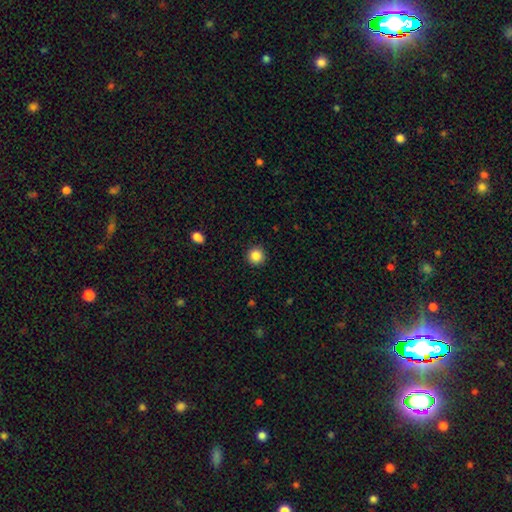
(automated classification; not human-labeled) Q: Smooth or featured?
A: smooth (86%); runner-up: star or artifact (10%)
Q: How rounded?
A: round (95%); runner-up: in between (4%)
Q: Merging?
A: none (92%); runner-up: minor disturbance (5%)